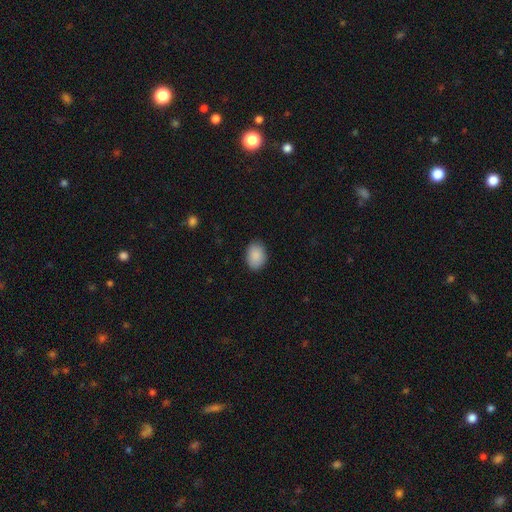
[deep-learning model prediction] smooth_or_featured: smooth (p=0.90) [alt: star or artifact p=0.07]
how_rounded: in between (p=0.74) [alt: round p=0.25]
merging: none (p=0.87) [alt: minor disturbance p=0.10]